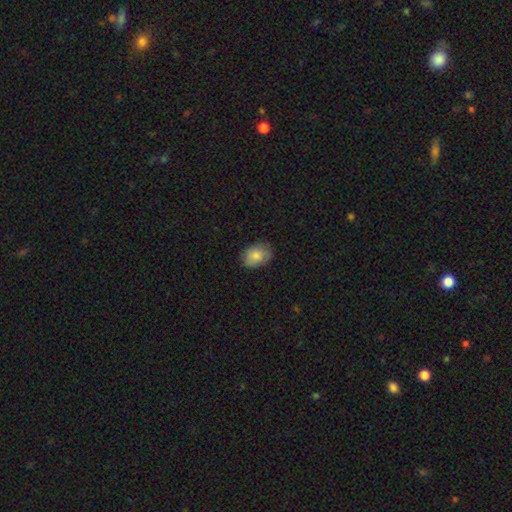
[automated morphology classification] smooth_or_featured: smooth (p=0.84) [alt: featured or disk p=0.09]
how_rounded: in between (p=0.79) [alt: round p=0.20]
merging: none (p=0.83) [alt: minor disturbance p=0.14]